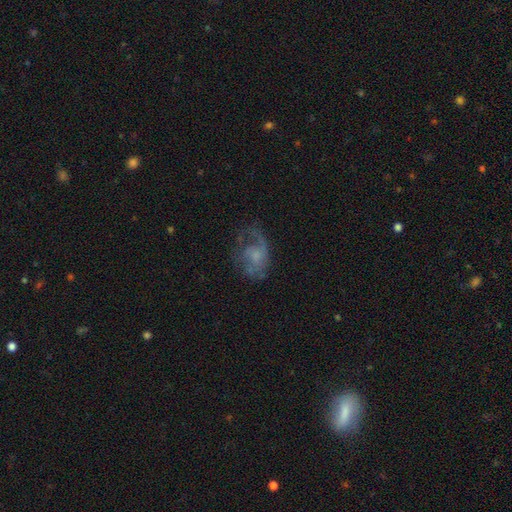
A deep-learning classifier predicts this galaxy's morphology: Smooth or featured?
  - featured or disk: 65% *
  - smooth: 25%
  - star or artifact: 10%
Edge-on disk?
  - no: 97% *
  - yes: 3%
Bar?
  - no: 71% *
  - weak: 26%
  - strong: 3%
Spiral arms?
  - yes: 78% *
  - no: 22%
Bulge size?
  - small: 39% *
  - none: 34%
  - moderate: 22%
  - large: 4%
  - dominant: 1%
Merging?
  - none: 44% *
  - major disturbance: 32%
  - minor disturbance: 22%
  - merger: 2%